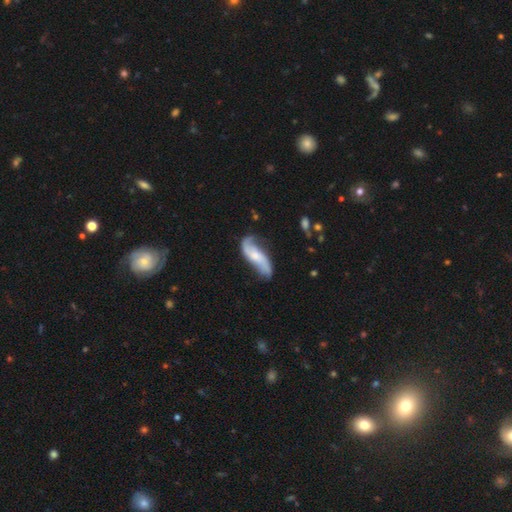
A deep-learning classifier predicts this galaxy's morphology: Smooth or featured?
  - featured or disk: 70% *
  - smooth: 24%
  - star or artifact: 6%
Edge-on disk?
  - no: 89% *
  - yes: 11%
Bar?
  - no: 56% *
  - weak: 32%
  - strong: 12%
Spiral arms?
  - yes: 92% *
  - no: 8%
Spiral winding?
  - loose: 74% *
  - medium: 19%
  - tight: 7%
Spiral arm count?
  - 2: 88% *
  - can't tell: 5%
  - 1: 4%
  - 3: 1%
  - 4: 1%
  - more than 4: 1%
Bulge size?
  - small: 46% *
  - moderate: 36%
  - none: 12%
  - large: 5%
  - dominant: 2%
Merging?
  - none: 57% *
  - minor disturbance: 26%
  - major disturbance: 13%
  - merger: 4%